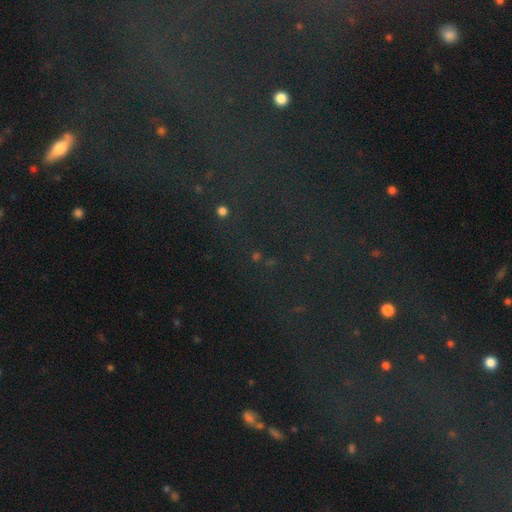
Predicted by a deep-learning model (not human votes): star or artifact 78%, smooth 12%, featured or disk 11%.